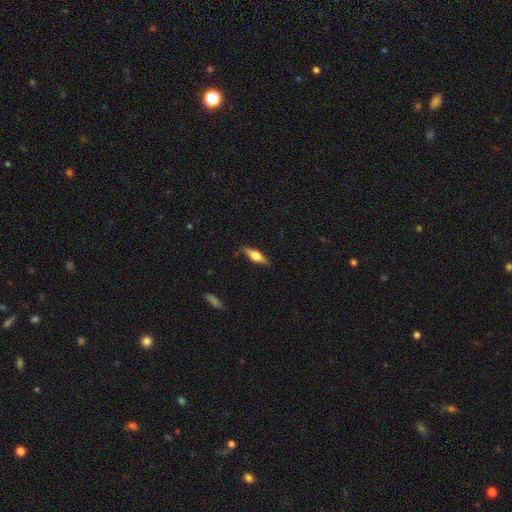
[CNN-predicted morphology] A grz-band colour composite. It shows a smooth galaxy with no disk features (51%) that is in between round and cigar-shaped (50%). Merging: none (83%).